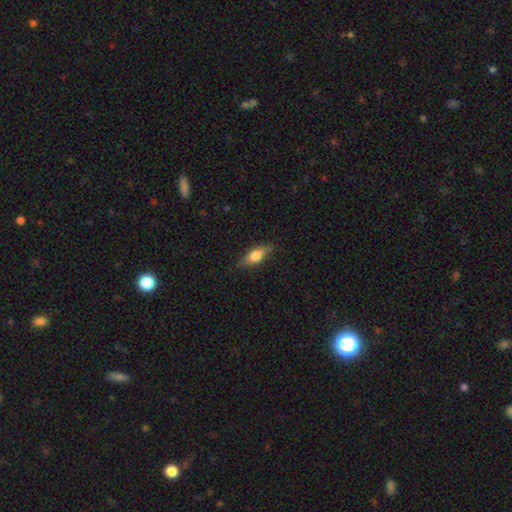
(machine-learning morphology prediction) Overall: smooth (52%; featured or disk 41%). How rounded: in between (61%; cigar-shaped 34%). Merging: none (82%).